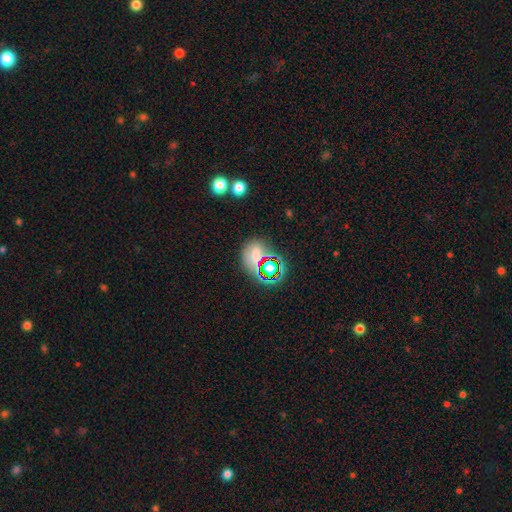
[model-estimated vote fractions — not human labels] Smooth or featured? Predicted: smooth (p=0.51). How rounded? Predicted: round (p=0.50). Merging? Predicted: none (p=0.62).